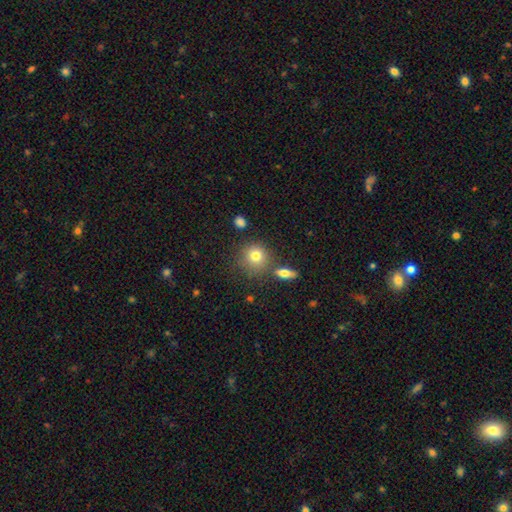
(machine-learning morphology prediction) Overall: smooth (79%). How rounded: round (87%). Merging: none (73%).